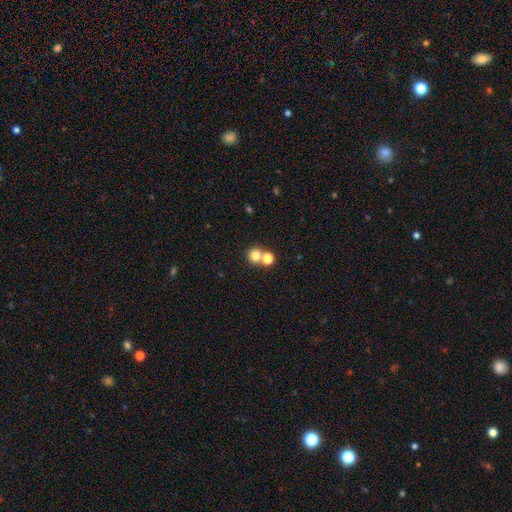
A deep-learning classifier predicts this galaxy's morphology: Overall: smooth (77%). How rounded: round (88%). Merging: none (53%; merger 38%).